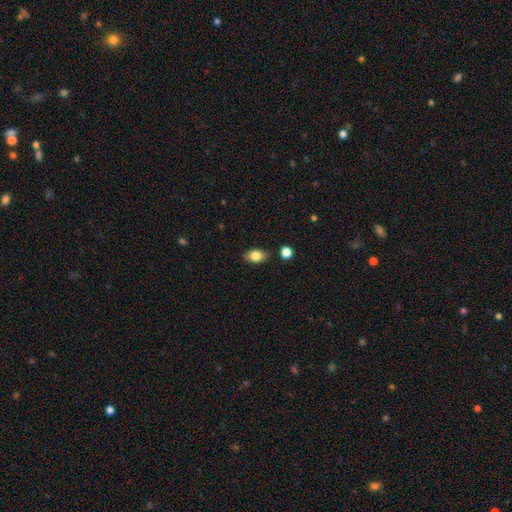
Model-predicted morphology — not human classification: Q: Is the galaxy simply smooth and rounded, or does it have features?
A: smooth — 82%.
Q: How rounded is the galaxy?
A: in between — 80%.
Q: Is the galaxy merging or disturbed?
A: none — 84%.